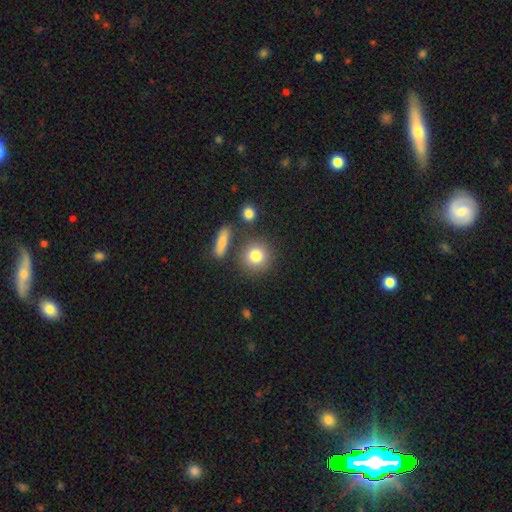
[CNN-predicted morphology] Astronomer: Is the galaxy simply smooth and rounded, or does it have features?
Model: smooth — 82%.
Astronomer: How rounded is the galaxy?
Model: round — 87%.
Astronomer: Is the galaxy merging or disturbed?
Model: none — 77%.